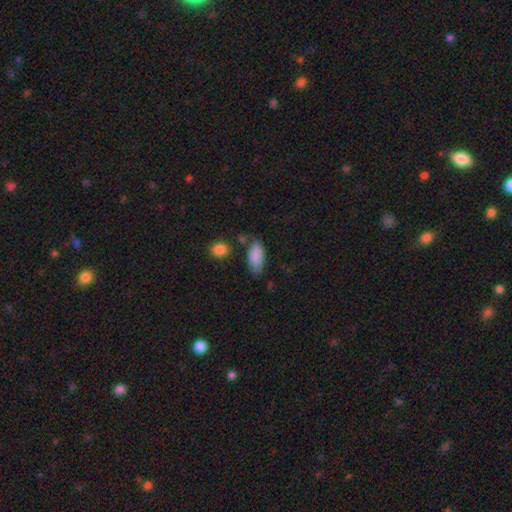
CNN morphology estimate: Q: Smooth or featured?
A: smooth (87%); runner-up: star or artifact (7%)
Q: How rounded?
A: in between (93%); runner-up: cigar-shaped (5%)
Q: Merging?
A: none (65%); runner-up: minor disturbance (22%)